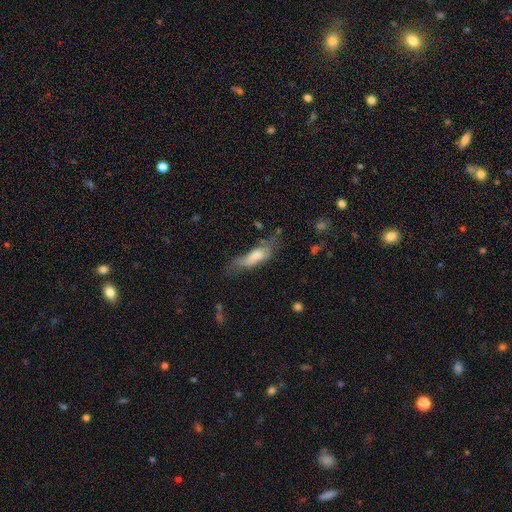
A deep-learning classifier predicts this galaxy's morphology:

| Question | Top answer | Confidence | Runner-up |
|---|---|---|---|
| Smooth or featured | smooth | 65% | featured or disk (27%) |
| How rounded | cigar-shaped | 53% | in between (45%) |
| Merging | none | 38% | minor disturbance (33%) |